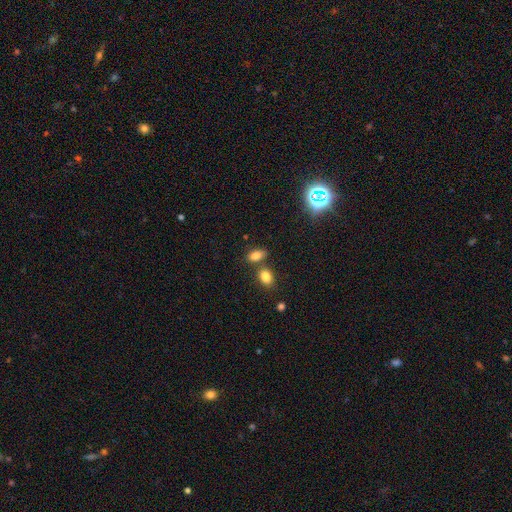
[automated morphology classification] smooth 80%, star or artifact 13%, featured or disk 7%. Down the decision tree: how rounded — in between (85%); merging — none (63%).